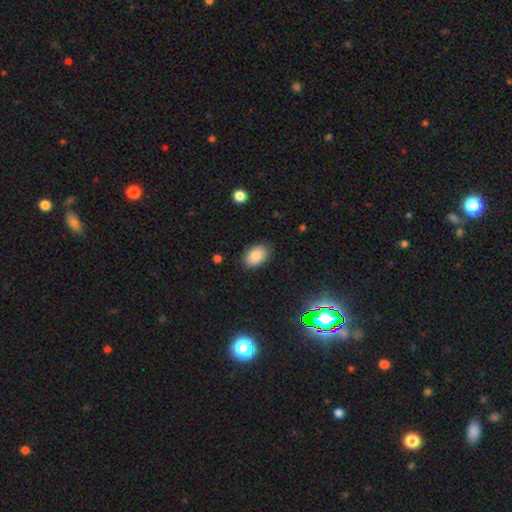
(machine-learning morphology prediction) The model was most divided on "how rounded": in between: 85%, round: 14%, cigar-shaped: 1%. More confident: merging — none (85%); smooth or featured — smooth (84%).